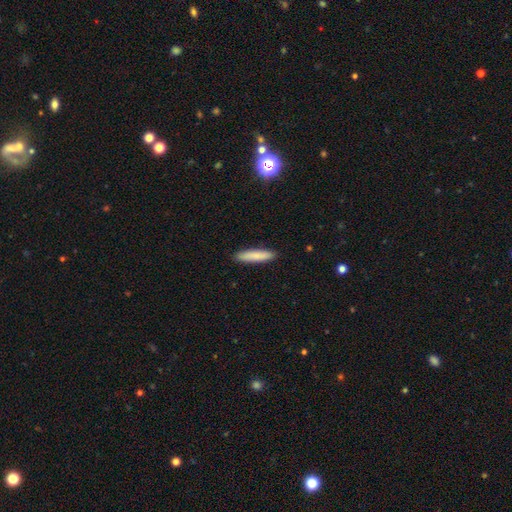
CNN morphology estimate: smooth_or_featured: smooth (p=0.84) [alt: featured or disk p=0.10]
how_rounded: cigar-shaped (p=0.87) [alt: in between p=0.12]
merging: none (p=0.91) [alt: minor disturbance p=0.06]